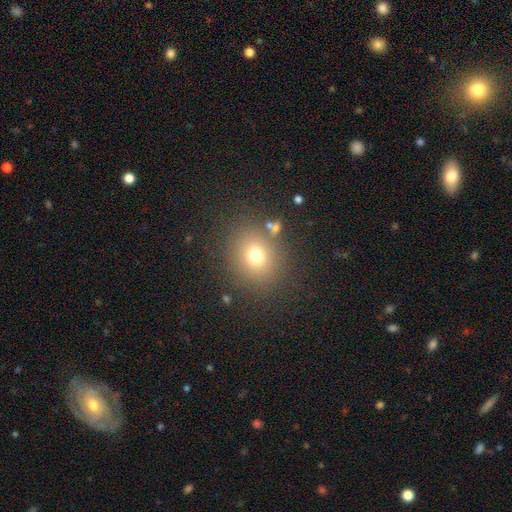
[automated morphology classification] Smooth or featured? Predicted: smooth (p=0.71). How rounded? Predicted: round (p=0.72). Merging? Predicted: none (p=0.81).